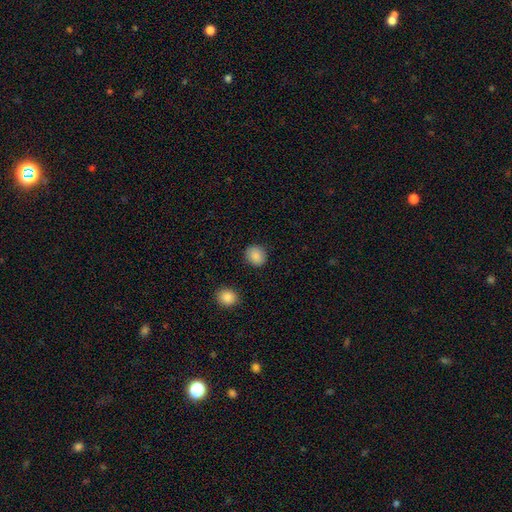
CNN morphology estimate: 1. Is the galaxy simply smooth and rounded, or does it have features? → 88% smooth, 8% star or artifact, 4% featured or disk.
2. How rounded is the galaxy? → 81% round, 18% in between, 1% cigar-shaped.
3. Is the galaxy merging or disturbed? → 89% none, 7% minor disturbance, 2% major disturbance, 2% merger.